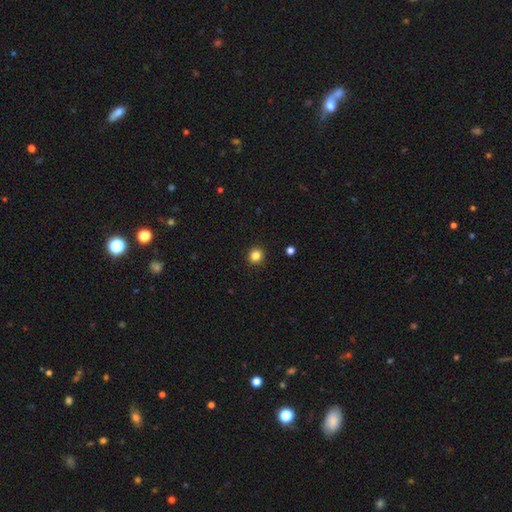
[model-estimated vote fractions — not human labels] This appears to be a smooth galaxy with no disk features (84%) that is round (93%). Merging: none (93%).